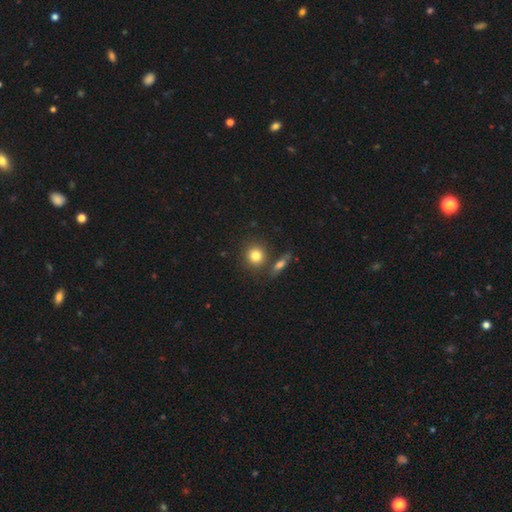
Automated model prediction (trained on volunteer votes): Smooth or featured? Predicted: smooth (p=0.81). How rounded? Predicted: round (p=0.85). Merging? Predicted: none (p=0.74).